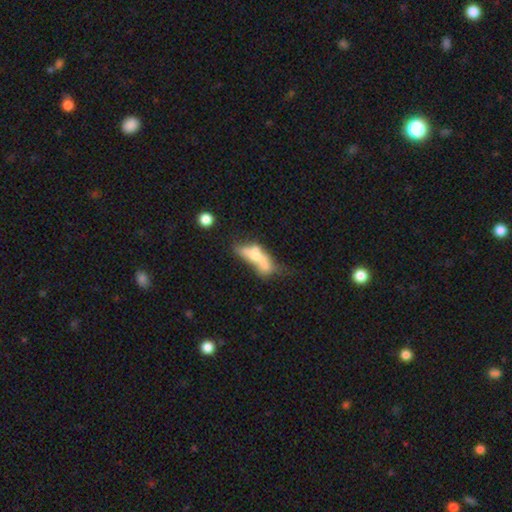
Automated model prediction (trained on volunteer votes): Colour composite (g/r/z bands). It shows a featured or disk galaxy (45%, tied with smooth). Merging: merger (45%).